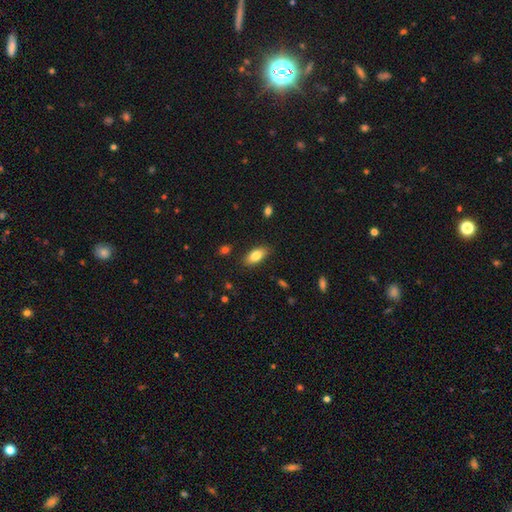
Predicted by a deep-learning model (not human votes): Smooth or featured? smooth (82%)
How rounded? in between (88%)
Merging? none (85%)